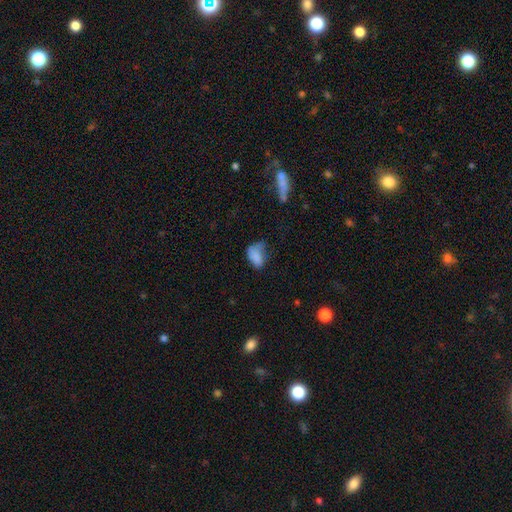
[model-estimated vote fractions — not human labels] smooth-or-featured: smooth: 75% | featured or disk: 14% | star or artifact: 11%
  how-rounded: in between: 88% | round: 10% | cigar-shaped: 2%
  merging: minor disturbance: 35% | major disturbance: 30% | none: 30% | merger: 5%